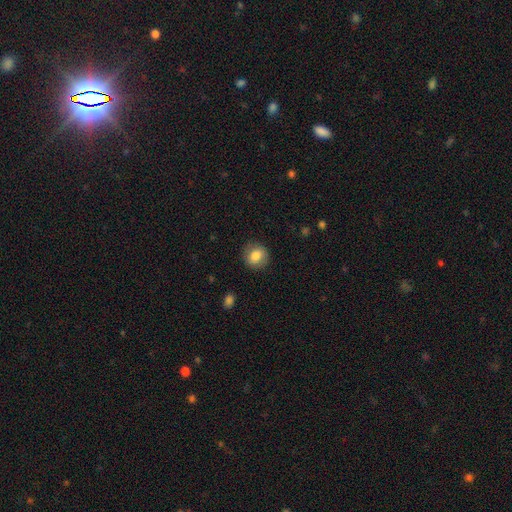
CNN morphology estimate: The model was most divided on "how rounded": round: 79%, in between: 20%, cigar-shaped: 1%. More confident: merging — none (85%); smooth or featured — smooth (82%).